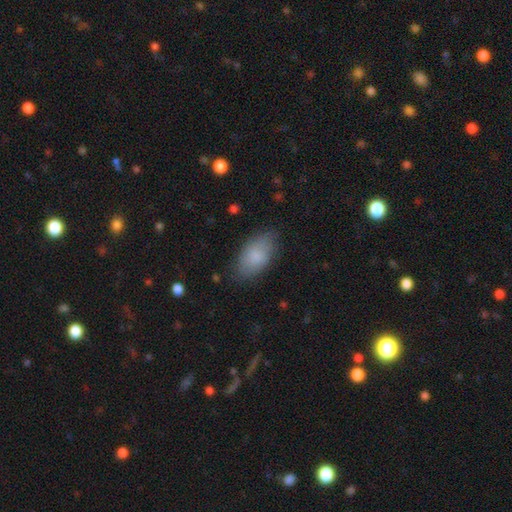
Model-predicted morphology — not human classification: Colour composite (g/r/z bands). It shows a smooth galaxy with no disk features (81%) that is in between round and cigar-shaped (93%). Merging: none (78%).